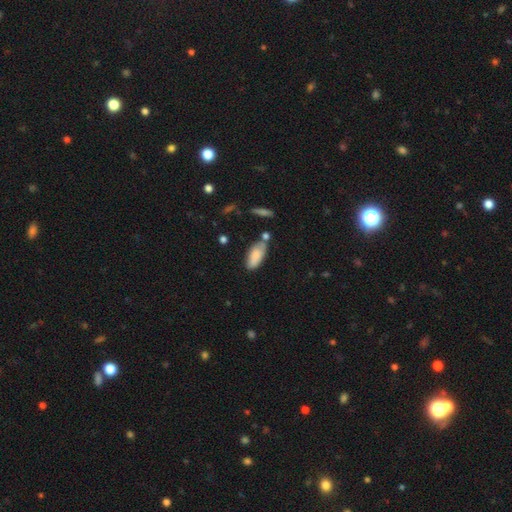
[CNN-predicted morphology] A smooth galaxy with no disk features (82%) that is in between round and cigar-shaped (85%). Merging: none (63%).